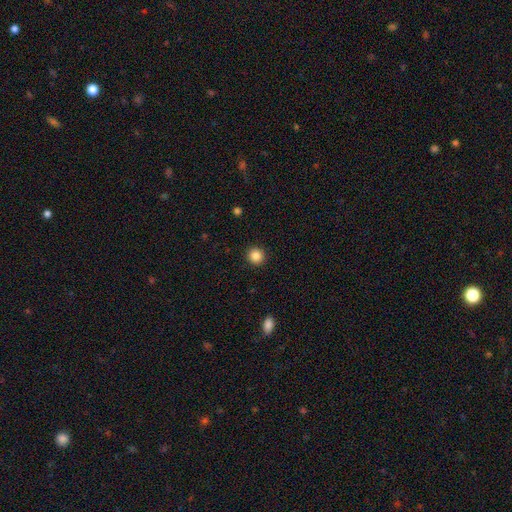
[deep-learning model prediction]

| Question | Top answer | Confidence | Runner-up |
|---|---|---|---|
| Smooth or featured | smooth | 86% | star or artifact (10%) |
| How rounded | round | 94% | in between (5%) |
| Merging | none | 92% | minor disturbance (5%) |